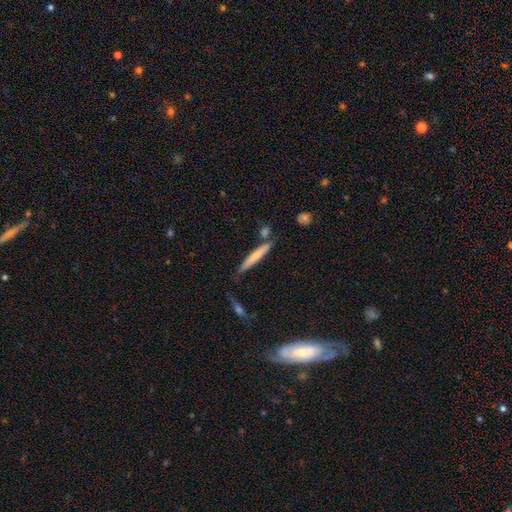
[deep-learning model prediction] smooth 66%, featured or disk 28%, star or artifact 6%. Down the decision tree: how rounded — cigar-shaped (94%); merging — none (74%).